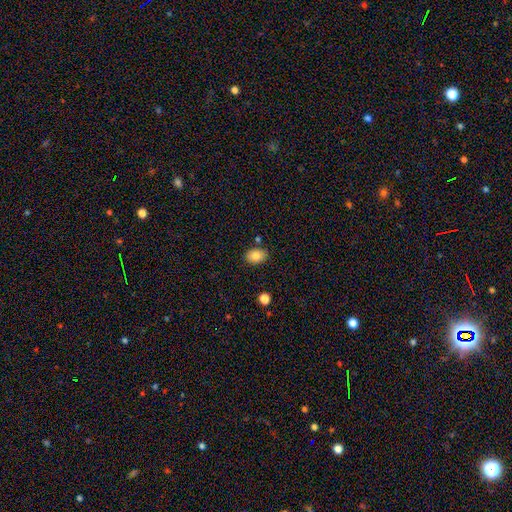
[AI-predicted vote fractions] Q: Smooth or featured?
A: smooth (84%); runner-up: star or artifact (8%)
Q: How rounded?
A: in between (78%); runner-up: round (21%)
Q: Merging?
A: none (81%); runner-up: minor disturbance (12%)